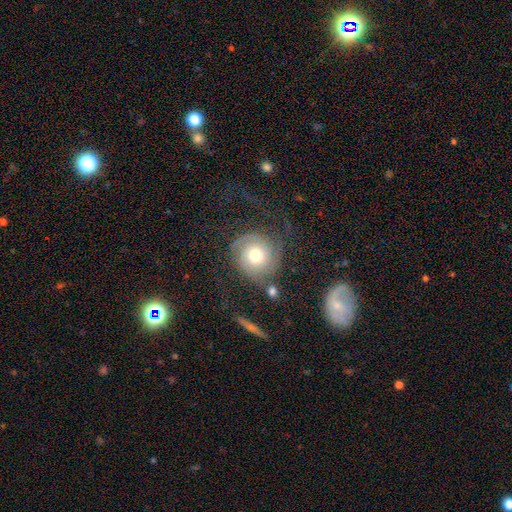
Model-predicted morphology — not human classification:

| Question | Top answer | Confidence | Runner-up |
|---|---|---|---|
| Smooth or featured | featured or disk | 62% | smooth (29%) |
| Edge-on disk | no | 97% | yes (3%) |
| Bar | no | 81% | weak (15%) |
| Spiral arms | yes | 88% | no (12%) |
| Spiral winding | tight | 47% | medium (34%) |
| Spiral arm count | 2 | 61% | can't tell (16%) |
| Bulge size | moderate | 71% | small (15%) |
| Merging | none | 60% | major disturbance (18%) |